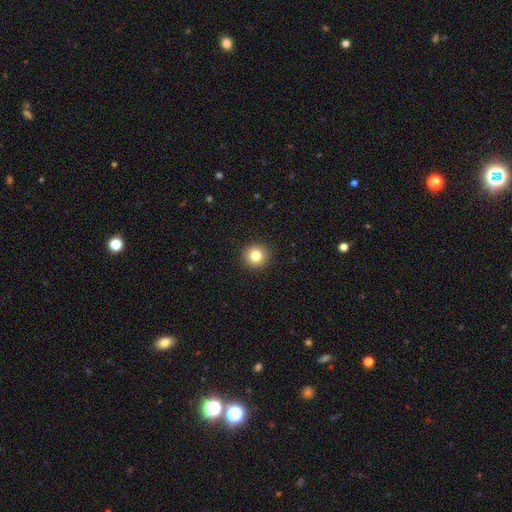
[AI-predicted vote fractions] This is clearly a smooth galaxy (83%). How rounded: clearly round (93%). Merging: clearly none (93%).